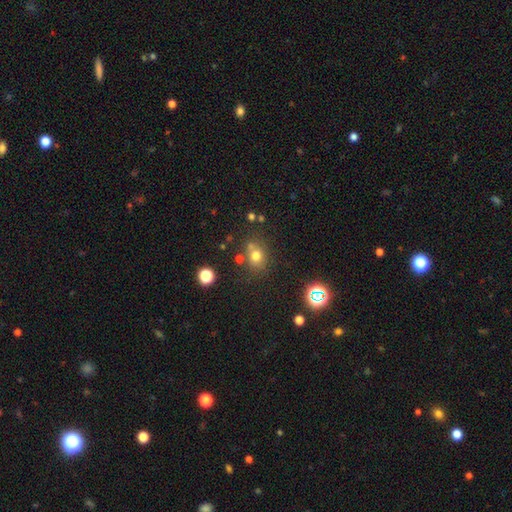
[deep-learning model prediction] Q: Smooth or featured?
A: smooth (70%); runner-up: star or artifact (19%)
Q: How rounded?
A: round (68%); runner-up: in between (31%)
Q: Merging?
A: none (65%); runner-up: merger (17%)